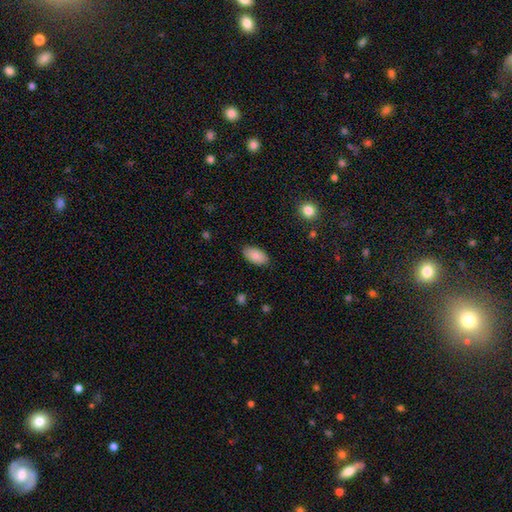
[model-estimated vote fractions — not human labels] A smooth galaxy with no disk features (86%) that is in between round and cigar-shaped (94%).

Vote fractions:
- Smooth or featured? smooth: 86% / featured or disk: 7% / star or artifact: 7%
- How rounded? in between: 94% / round: 3% / cigar-shaped: 3%
- Merging? none: 85% / minor disturbance: 11% / major disturbance: 2% / merger: 1%